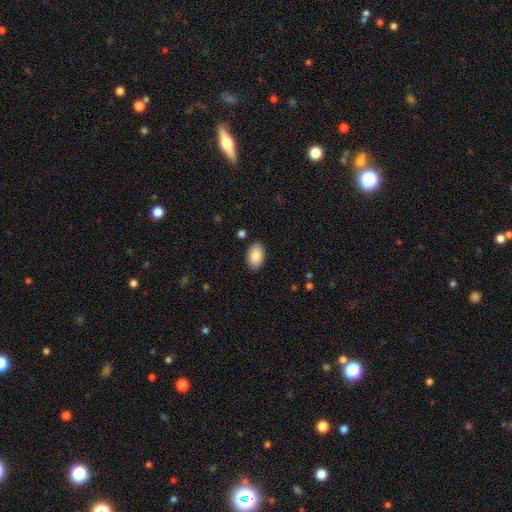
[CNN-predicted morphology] Smooth or featured? smooth (88%)
How rounded? in between (93%)
Merging? none (88%)